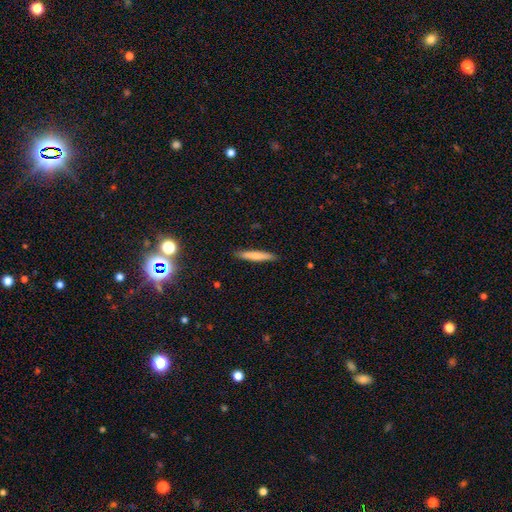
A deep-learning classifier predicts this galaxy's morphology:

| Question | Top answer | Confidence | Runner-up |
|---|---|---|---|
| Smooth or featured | smooth | 74% | featured or disk (20%) |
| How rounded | cigar-shaped | 93% | in between (6%) |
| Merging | none | 90% | minor disturbance (8%) |